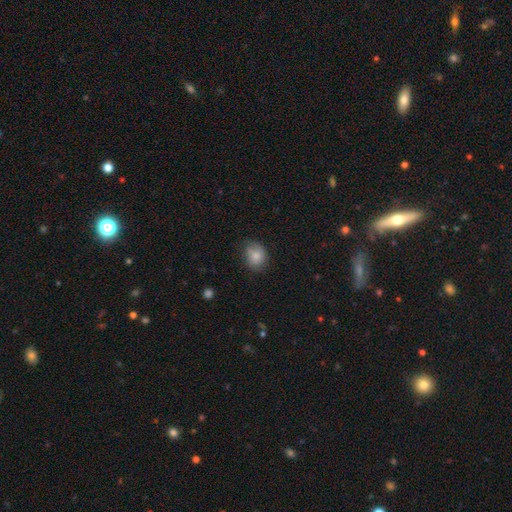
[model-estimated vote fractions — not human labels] The model was most divided on "how rounded": round: 51%, in between: 48%, cigar-shaped: 1%. More confident: smooth or featured — smooth (79%); merging — none (65%).